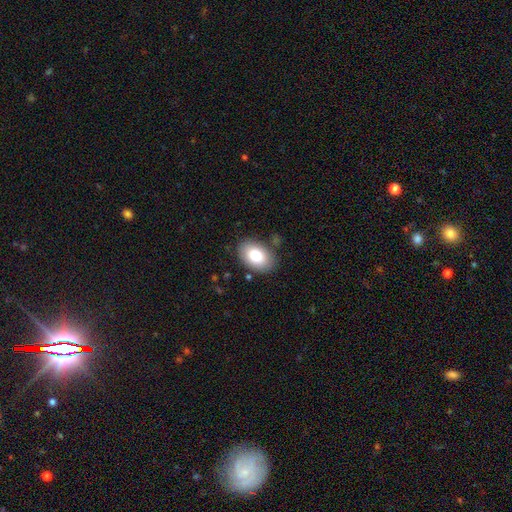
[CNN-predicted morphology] This is clearly a smooth galaxy (82%). How rounded: clearly in between (88%). Merging: clearly none (82%).